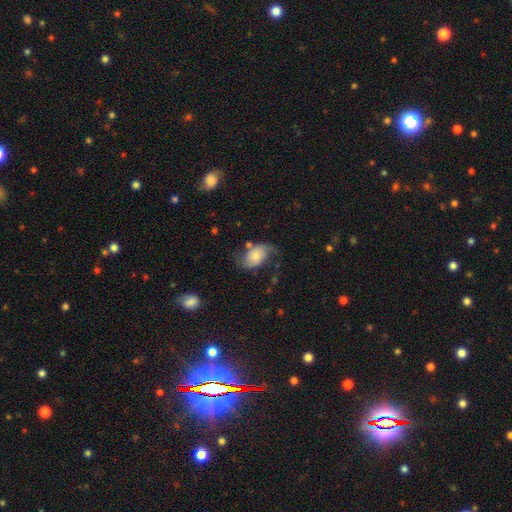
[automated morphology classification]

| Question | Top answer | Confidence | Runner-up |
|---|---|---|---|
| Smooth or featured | featured or disk | 46% | smooth (45%) |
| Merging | none | 52% | minor disturbance (27%) |